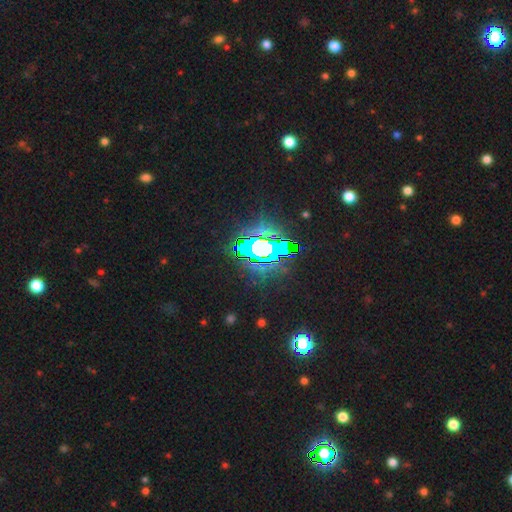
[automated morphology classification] type=star or artifact (66%).